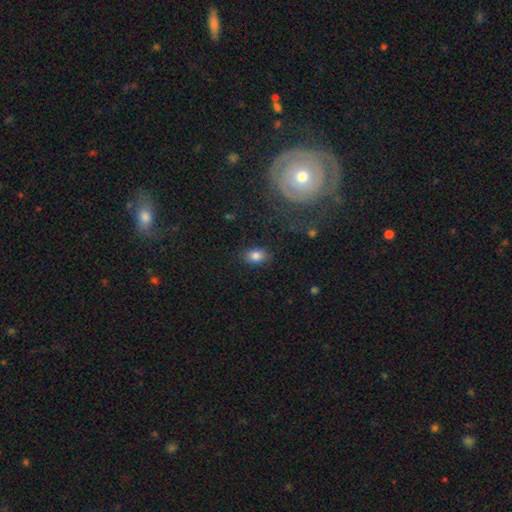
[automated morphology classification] type=smooth (83%); roundness=in between (77%); merging=none (85%).